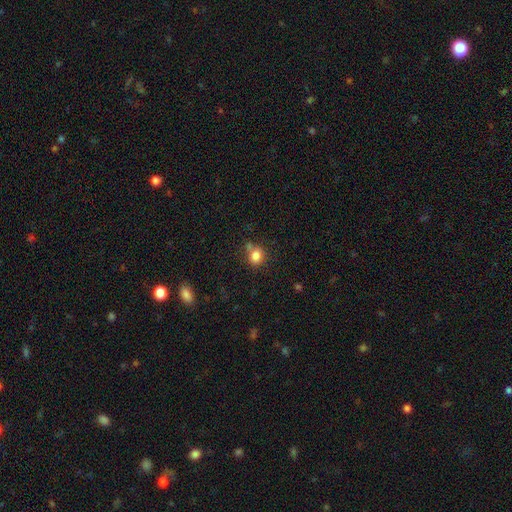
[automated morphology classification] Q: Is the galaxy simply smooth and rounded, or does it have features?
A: smooth — 81%.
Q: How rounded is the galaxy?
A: round — 64%.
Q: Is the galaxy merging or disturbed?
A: none — 62%.